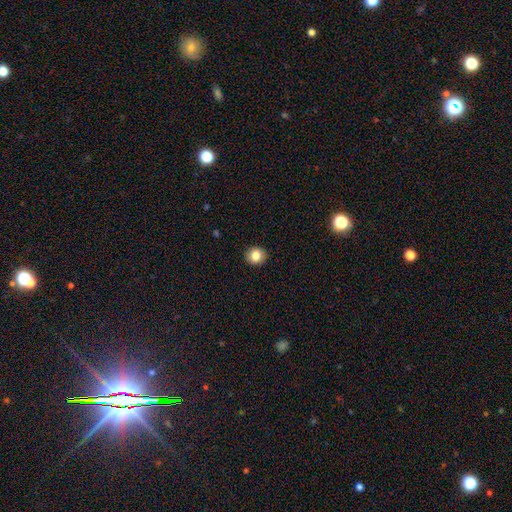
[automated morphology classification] Q: Smooth or featured?
A: smooth (83%); runner-up: star or artifact (10%)
Q: How rounded?
A: round (86%); runner-up: in between (13%)
Q: Merging?
A: none (92%); runner-up: minor disturbance (6%)